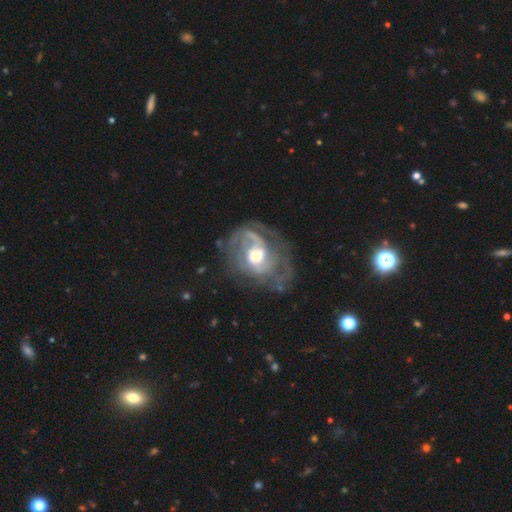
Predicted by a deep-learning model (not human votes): This appears to be a featured or disk galaxy (82%) with no bar (52%), 2 (41%) tight (41%) spiral arms (86%) and a moderate central bulge (65%). Merging: none (52%).